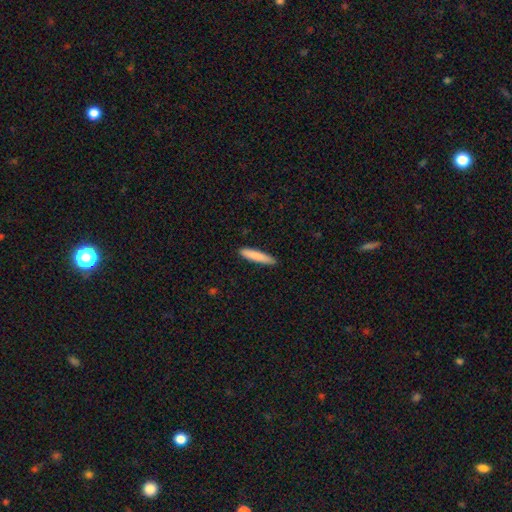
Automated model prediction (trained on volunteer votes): smooth 84%, featured or disk 10%, star or artifact 6%. Down the decision tree: how rounded — cigar-shaped (89%); merging — none (89%).